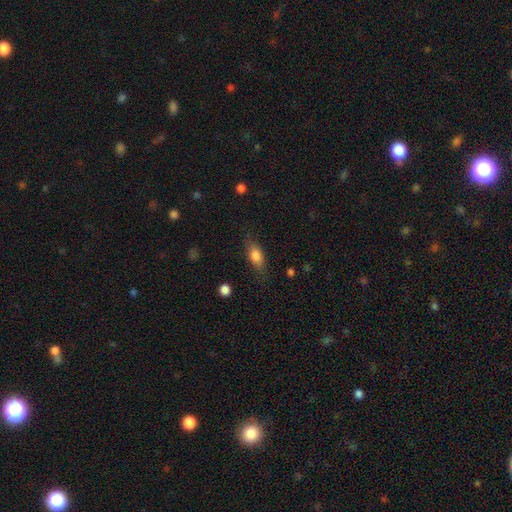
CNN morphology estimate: smooth 77%, featured or disk 16%, star or artifact 8%. Down the decision tree: how rounded — in between (77%); merging — none (76%).